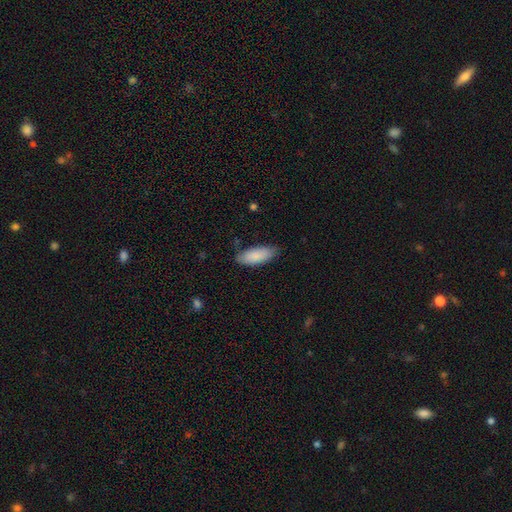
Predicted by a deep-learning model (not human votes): This appears to be a smooth galaxy with no disk features (87%) that is in between round and cigar-shaped (77%). Merging: none (75%).